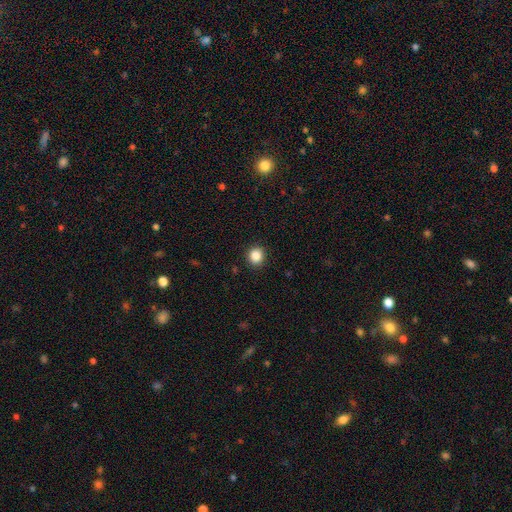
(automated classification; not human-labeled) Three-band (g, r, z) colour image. It shows a smooth galaxy with no disk features (85%) that is round (86%). Merging: none (92%).